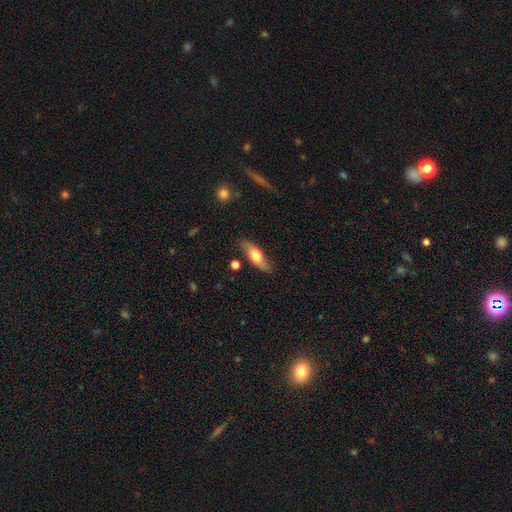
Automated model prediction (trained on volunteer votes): Smooth or featured?
  - smooth: 59% *
  - featured or disk: 35%
  - star or artifact: 6%
How rounded?
  - in between: 58% *
  - cigar-shaped: 39%
  - round: 4%
Merging?
  - none: 82% *
  - minor disturbance: 13%
  - major disturbance: 3%
  - merger: 2%